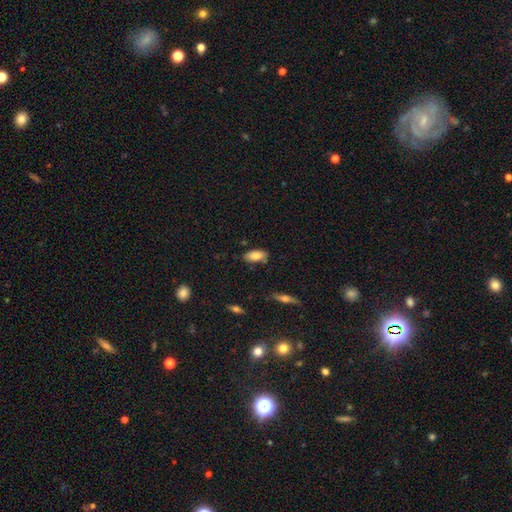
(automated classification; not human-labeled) smooth_or_featured: smooth (p=0.83) [alt: featured or disk p=0.10]
how_rounded: in between (p=0.90) [alt: cigar-shaped p=0.08]
merging: none (p=0.78) [alt: minor disturbance p=0.16]